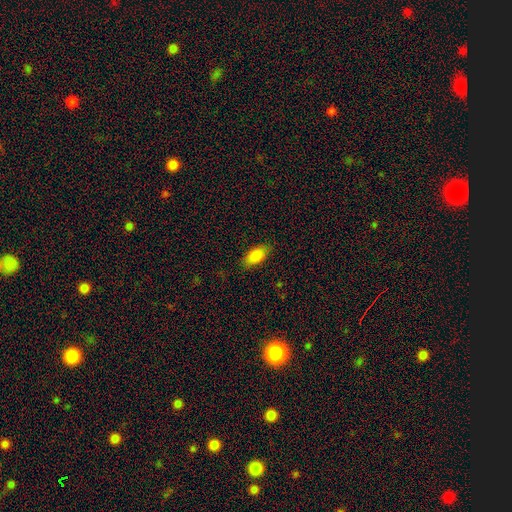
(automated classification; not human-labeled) Smooth or featured? smooth (86%)
How rounded? in between (91%)
Merging? none (85%)